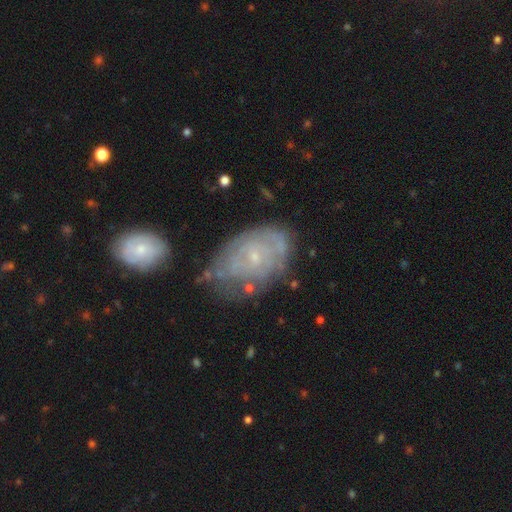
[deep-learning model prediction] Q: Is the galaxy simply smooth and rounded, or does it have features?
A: featured or disk — 67%.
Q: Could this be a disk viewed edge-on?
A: no — 95%.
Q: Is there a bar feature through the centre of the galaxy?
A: no — 78%.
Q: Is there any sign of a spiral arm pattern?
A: yes — 71%.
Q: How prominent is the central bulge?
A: small — 81%.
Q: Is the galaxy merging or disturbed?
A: none — 53%.